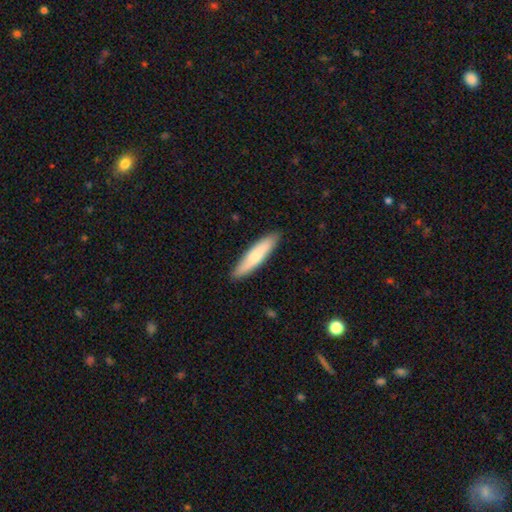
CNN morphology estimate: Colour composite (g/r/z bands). It shows a smooth galaxy with no disk features (73%) that is cigar-shaped (81%). Merging: none (89%).